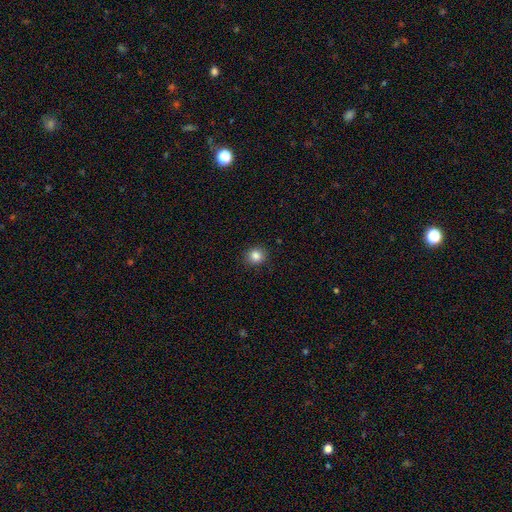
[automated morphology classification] smooth 84%, star or artifact 11%, featured or disk 5%. Down the decision tree: how rounded — round (84%); merging — none (90%).